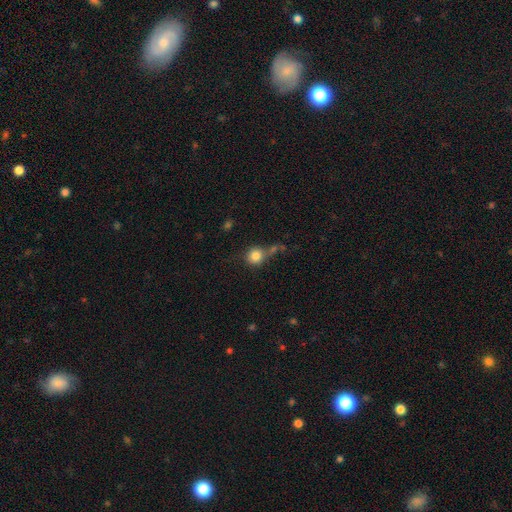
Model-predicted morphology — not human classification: smooth_or_featured: smooth (p=0.81) [alt: star or artifact p=0.11]
how_rounded: round (p=0.87) [alt: in between p=0.12]
merging: none (p=0.52) [alt: merger p=0.21]